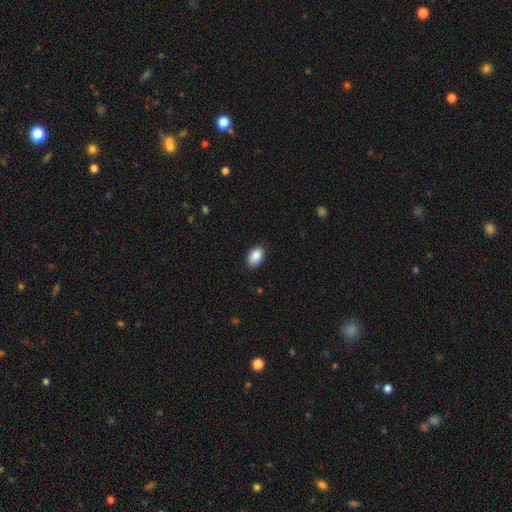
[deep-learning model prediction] smooth-or-featured: smooth: 89% | star or artifact: 7% | featured or disk: 4%
  how-rounded: in between: 89% | round: 10% | cigar-shaped: 1%
  merging: none: 86% | minor disturbance: 11% | major disturbance: 2% | merger: 1%